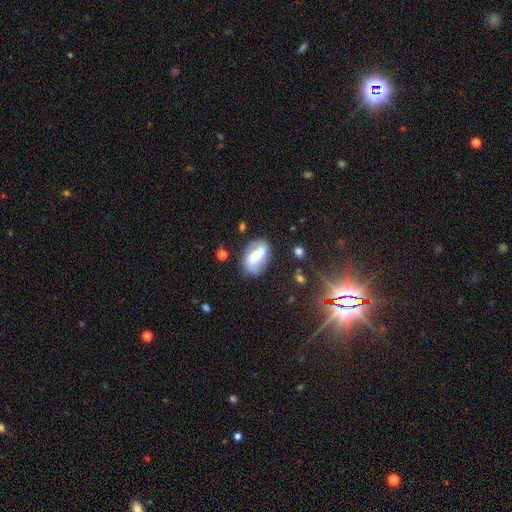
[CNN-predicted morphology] This appears to be a featured or disk galaxy (46%, tied with smooth). Merging: none (70%).